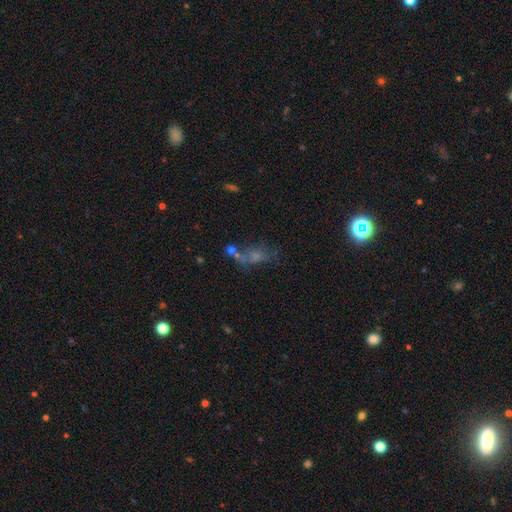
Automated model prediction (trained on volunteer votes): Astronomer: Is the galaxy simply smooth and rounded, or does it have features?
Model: smooth — 48% (runner-up: featured or disk, 30%).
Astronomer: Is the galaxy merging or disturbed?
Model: none — 35% (runner-up: major disturbance, 24%).